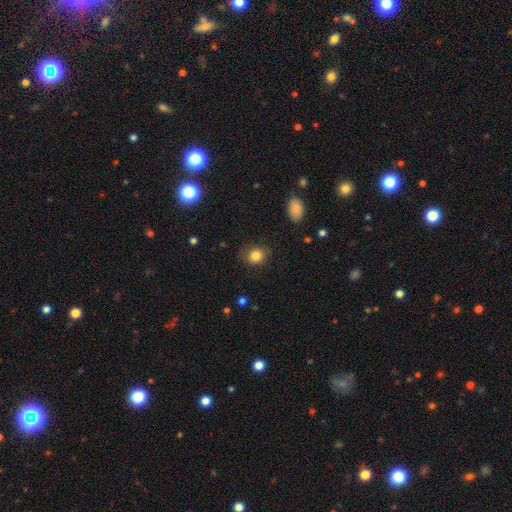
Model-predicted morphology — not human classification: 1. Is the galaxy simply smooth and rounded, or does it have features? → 84% smooth, 10% star or artifact, 6% featured or disk.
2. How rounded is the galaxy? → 67% round, 32% in between, 1% cigar-shaped.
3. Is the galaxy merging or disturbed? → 79% none, 16% minor disturbance, 4% major disturbance, 1% merger.